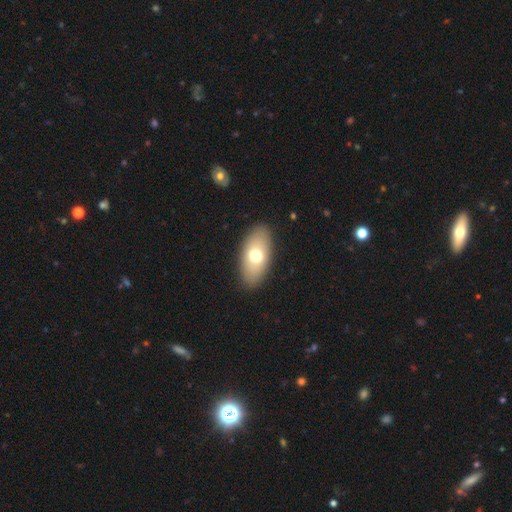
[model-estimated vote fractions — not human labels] smooth 67%, featured or disk 26%, star or artifact 7%. Down the decision tree: how rounded — in between (91%); merging — none (88%).